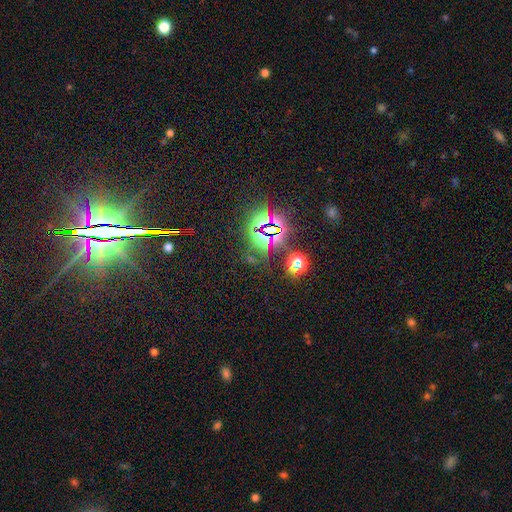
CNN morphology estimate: Smooth or featured: star or artifact — 82% (smooth — 10%)